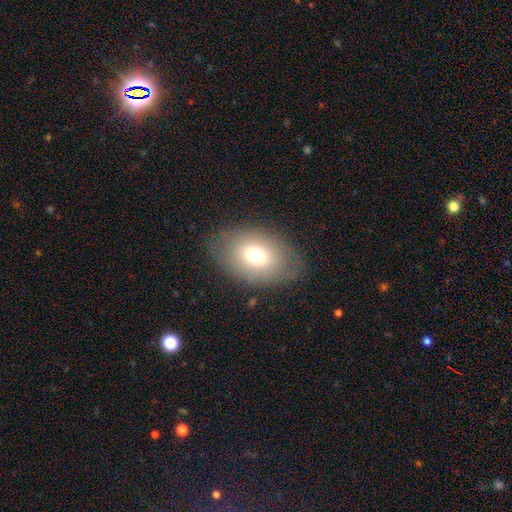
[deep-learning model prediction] This is likely a smooth galaxy (71%). How rounded: clearly in between (84%). Merging: clearly none (81%).